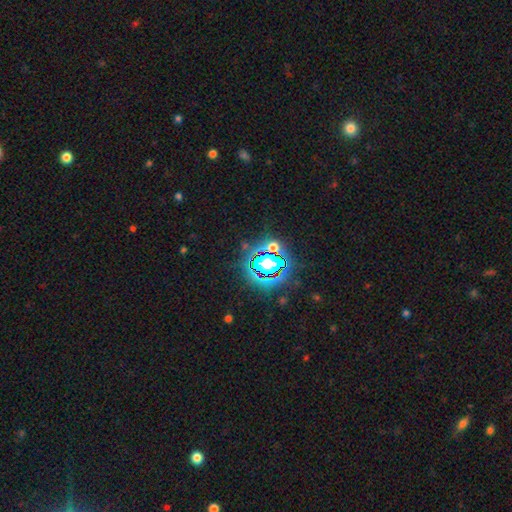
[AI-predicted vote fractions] Smooth or featured? star or artifact (82%)